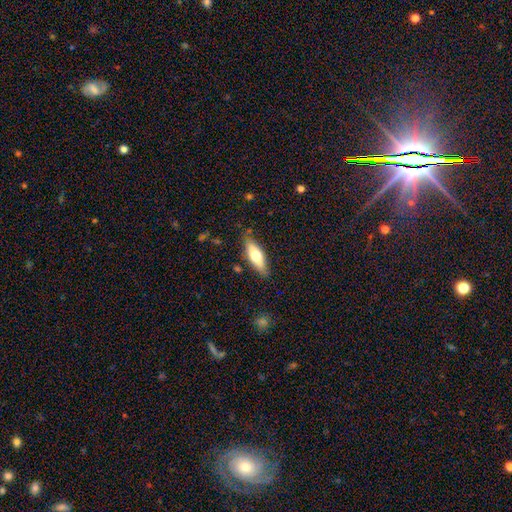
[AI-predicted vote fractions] smooth_or_featured: smooth (p=0.62) [alt: featured or disk p=0.32]
how_rounded: in between (p=0.51) [alt: cigar-shaped p=0.47]
merging: none (p=0.82) [alt: minor disturbance p=0.14]